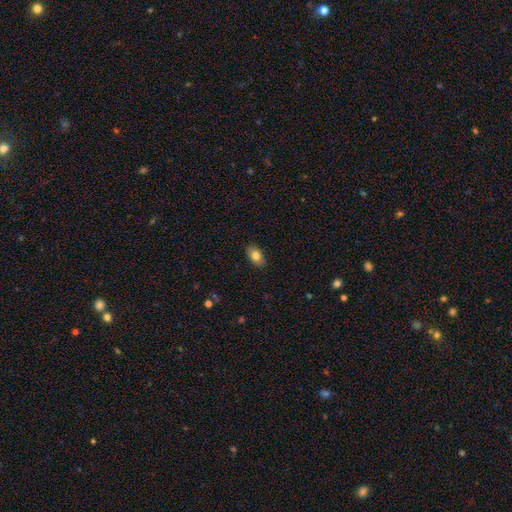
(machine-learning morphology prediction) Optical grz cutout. It shows a smooth galaxy with no disk features (81%) that is in between round and cigar-shaped (90%). Merging: none (87%).